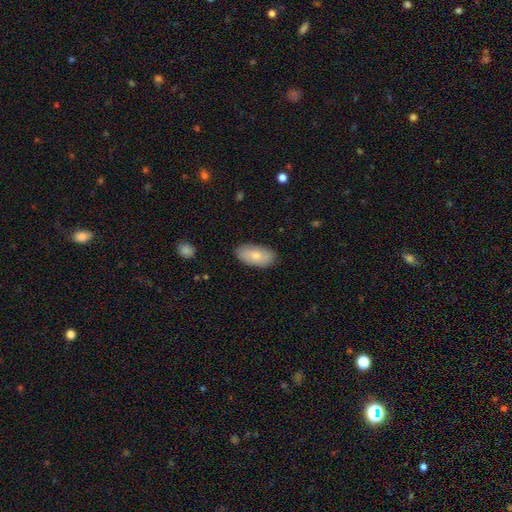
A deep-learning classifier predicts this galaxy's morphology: Smooth or featured? Predicted: smooth (p=0.77). How rounded? Predicted: in between (p=0.94). Merging? Predicted: none (p=0.85).